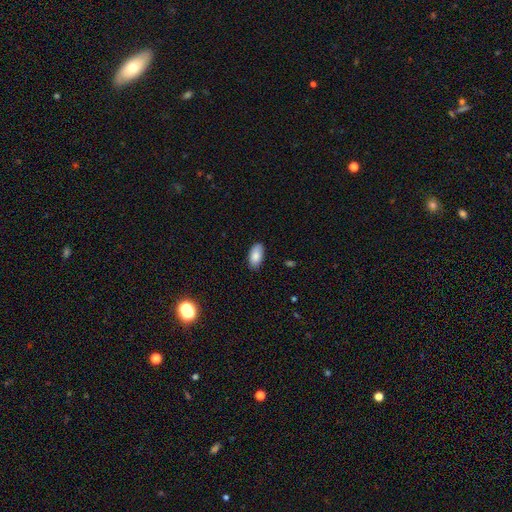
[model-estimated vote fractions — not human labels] Smooth or featured: smooth — 85% (featured or disk — 8%)
How rounded: in between — 94% (cigar-shaped — 4%)
Merging: none — 87% (minor disturbance — 10%)